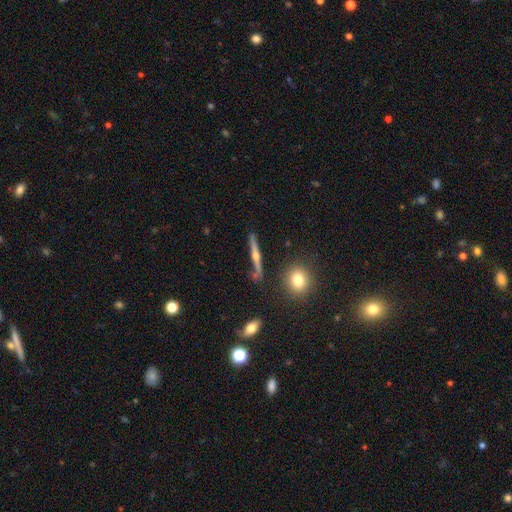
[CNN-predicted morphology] This appears to be a featured or disk galaxy (72%) viewed edge-on (96%) with a rounded central bulge (91%). Merging: none (82%).